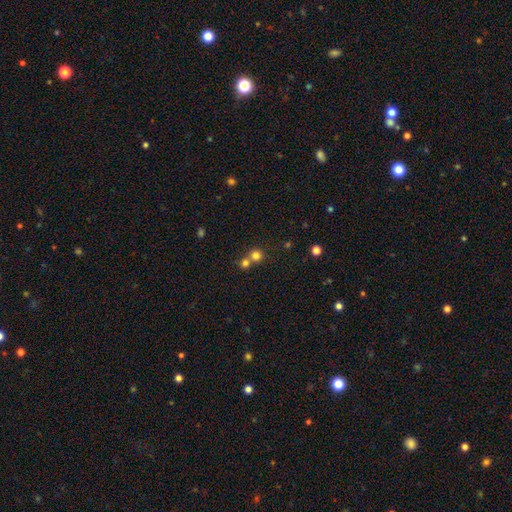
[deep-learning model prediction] This appears to be a smooth galaxy with no disk features (76%) that is round (91%). Merging: none (50%).